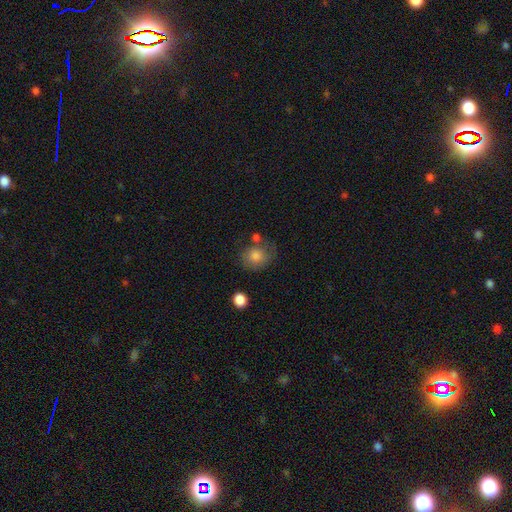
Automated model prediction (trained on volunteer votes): Smooth or featured? smooth (82%)
How rounded? round (73%)
Merging? none (62%)